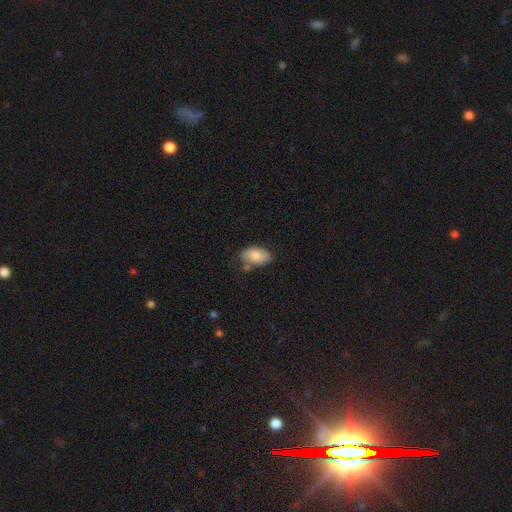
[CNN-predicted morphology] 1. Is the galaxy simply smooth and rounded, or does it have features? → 77% smooth, 17% featured or disk, 7% star or artifact.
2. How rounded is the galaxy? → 92% in between, 6% round, 2% cigar-shaped.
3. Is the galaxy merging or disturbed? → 62% none, 23% minor disturbance, 10% merger, 5% major disturbance.